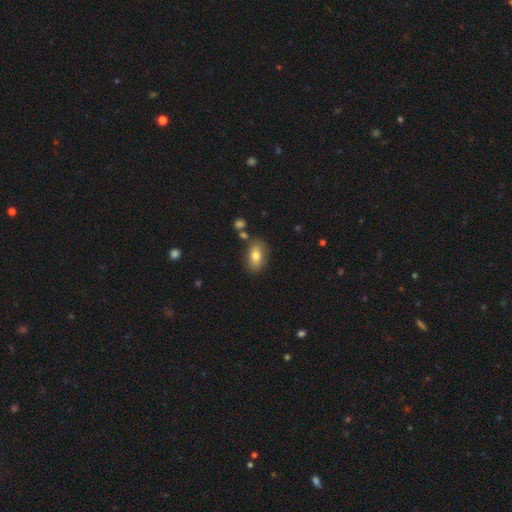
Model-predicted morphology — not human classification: The model was most divided on "smooth or featured": smooth: 78%, featured or disk: 14%, star or artifact: 8%. More confident: how rounded — in between (88%); merging — none (78%).